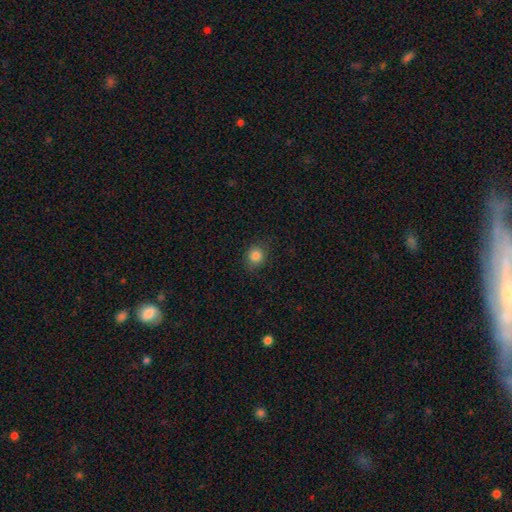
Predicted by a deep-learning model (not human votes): This appears to be a smooth galaxy with no disk features (84%) that is round (80%). Merging: none (85%).